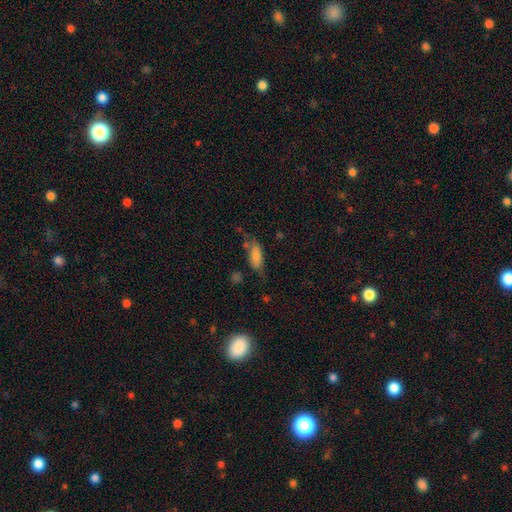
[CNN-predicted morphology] Overall: smooth (73%). How rounded: in between (73%). Merging: none (45%; minor disturbance 29%).